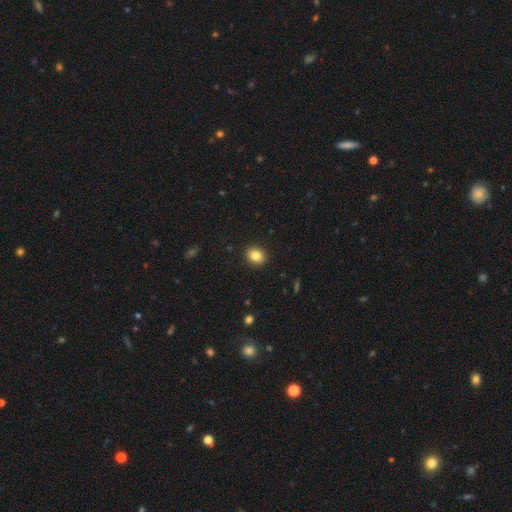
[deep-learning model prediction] smooth-or-featured: smooth: 83% | star or artifact: 10% | featured or disk: 7%
  how-rounded: round: 65% | in between: 34% | cigar-shaped: 1%
  merging: none: 91% | minor disturbance: 6% | major disturbance: 2% | merger: 1%